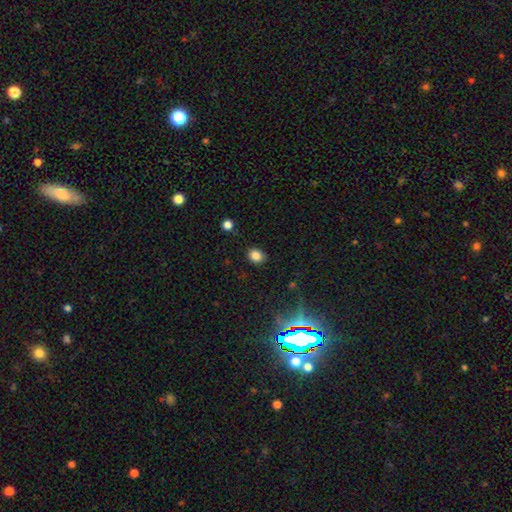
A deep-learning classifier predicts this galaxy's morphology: Q: Smooth or featured?
A: smooth (82%); runner-up: star or artifact (13%)
Q: How rounded?
A: round (63%); runner-up: in between (36%)
Q: Merging?
A: none (87%); runner-up: minor disturbance (9%)